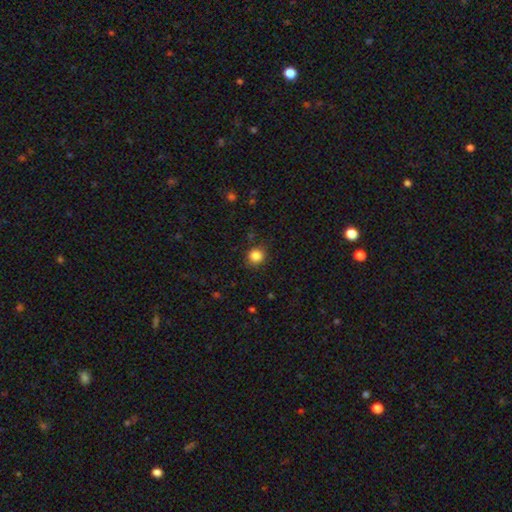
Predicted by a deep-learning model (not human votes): Smooth or featured? smooth (85%)
How rounded? round (86%)
Merging? none (85%)